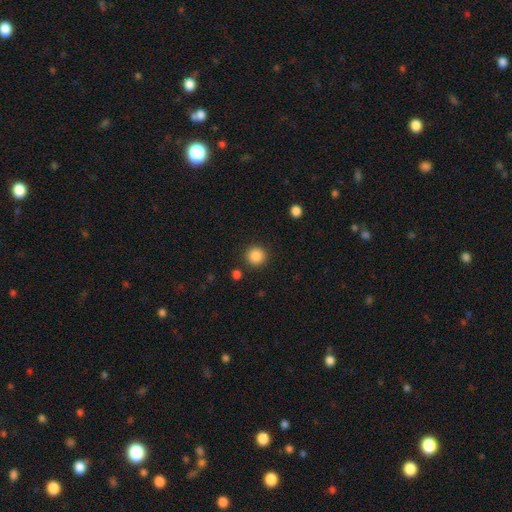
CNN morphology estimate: smooth 87%, star or artifact 10%, featured or disk 3%. Down the decision tree: how rounded — round (95%); merging — none (89%).